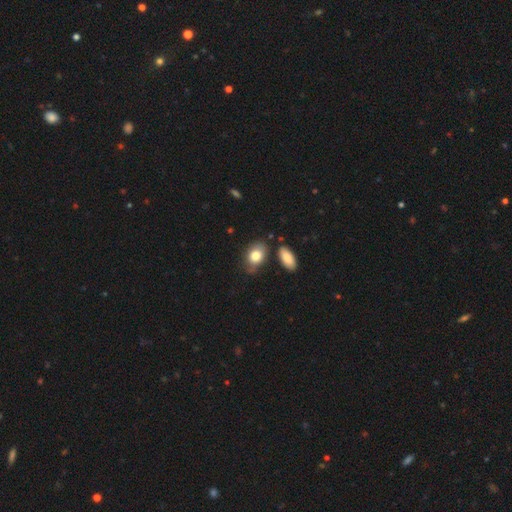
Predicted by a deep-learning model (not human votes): This is clearly a smooth galaxy (81%). How rounded: clearly in between (81%). Merging: likely none (64%).